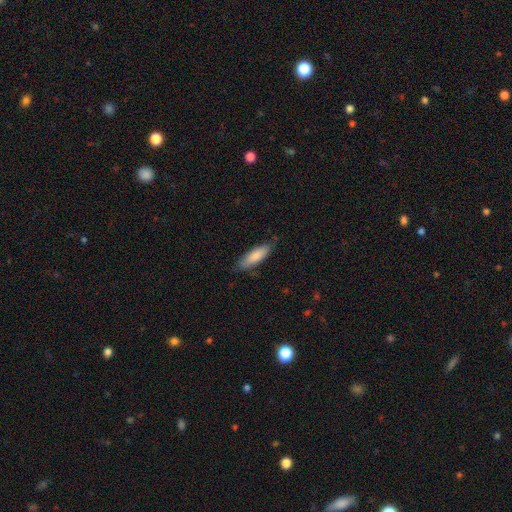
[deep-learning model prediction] The model was most divided on "how rounded": in between: 51%, cigar-shaped: 48%, round: 1%. More confident: smooth or featured — smooth (82%); merging — none (77%).